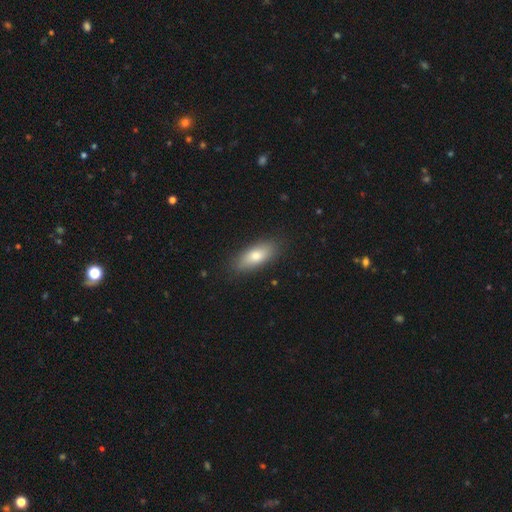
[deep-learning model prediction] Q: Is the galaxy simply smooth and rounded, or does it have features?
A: smooth — 77%.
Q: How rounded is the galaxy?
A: in between — 78%.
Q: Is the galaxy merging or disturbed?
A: none — 86%.